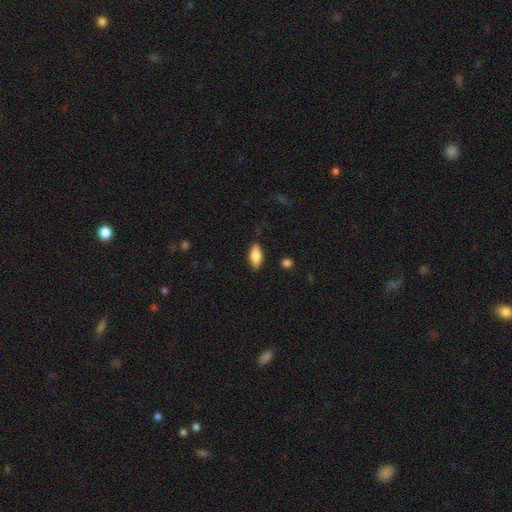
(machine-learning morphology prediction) This is clearly a smooth galaxy (81%). How rounded: clearly in between (83%). Merging: clearly none (86%).